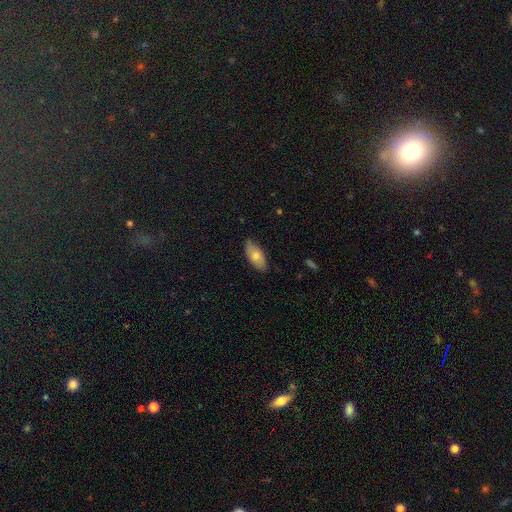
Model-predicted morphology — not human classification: This is likely a smooth galaxy (72%). How rounded: clearly in between (90%). Merging: clearly none (80%).